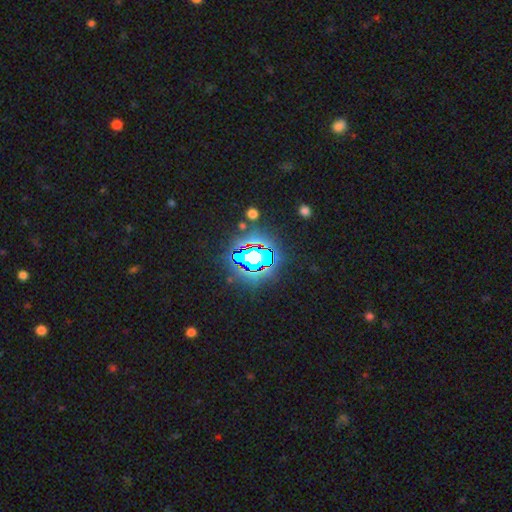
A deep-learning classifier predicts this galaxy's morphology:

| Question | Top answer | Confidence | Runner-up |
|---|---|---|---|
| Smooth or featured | star or artifact | 74% | smooth (14%) |